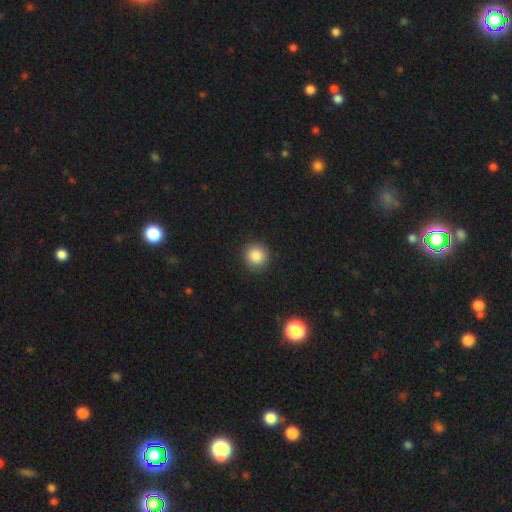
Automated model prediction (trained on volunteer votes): A smooth galaxy with no disk features (86%) that is round (92%). Merging: none (90%).